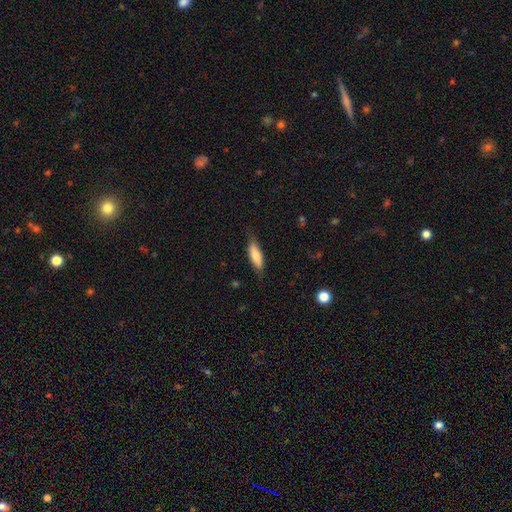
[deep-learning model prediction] A smooth galaxy with no disk features (73%) that is cigar-shaped (51%).

Vote fractions:
- Smooth or featured? smooth: 73% / featured or disk: 21% / star or artifact: 6%
- How rounded? cigar-shaped: 51% / in between: 47% / round: 2%
- Merging? none: 76% / minor disturbance: 19% / major disturbance: 4% / merger: 1%